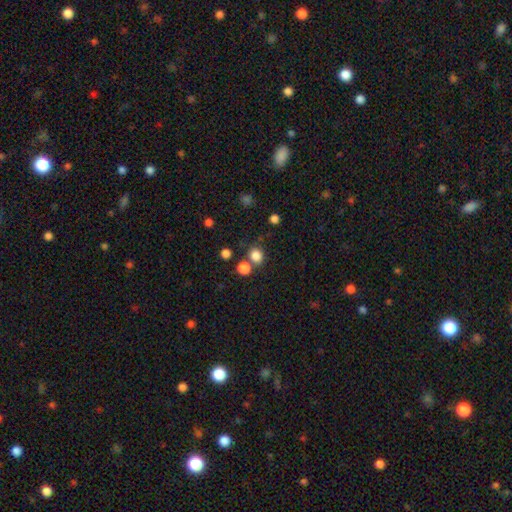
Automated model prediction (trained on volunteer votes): smooth_or_featured: smooth (p=0.82) [alt: star or artifact p=0.13]
how_rounded: round (p=0.78) [alt: in between p=0.21]
merging: none (p=0.65) [alt: merger p=0.22]